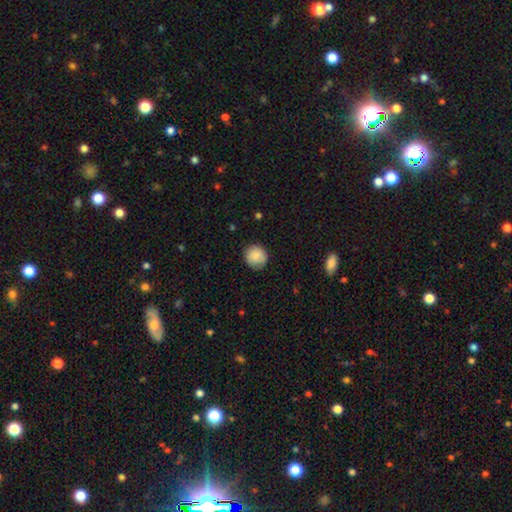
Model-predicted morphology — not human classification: Smooth or featured?
  - smooth: 86% *
  - star or artifact: 7%
  - featured or disk: 6%
How rounded?
  - round: 91% *
  - in between: 8%
  - cigar-shaped: 1%
Merging?
  - none: 82% *
  - minor disturbance: 14%
  - major disturbance: 3%
  - merger: 1%